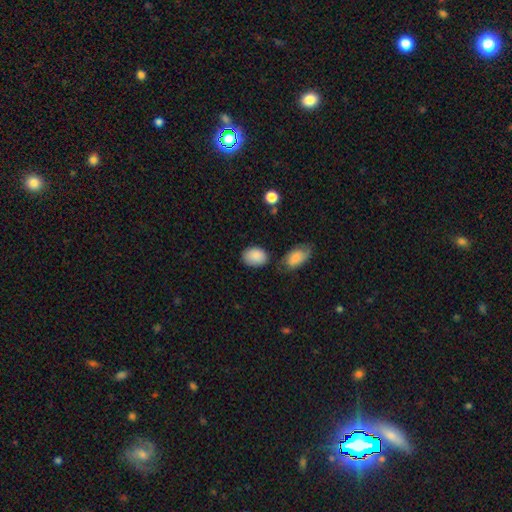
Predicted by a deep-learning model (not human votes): smooth_or_featured: smooth (p=0.88) [alt: star or artifact p=0.07]
how_rounded: in between (p=0.80) [alt: round p=0.19]
merging: none (p=0.68) [alt: minor disturbance p=0.19]